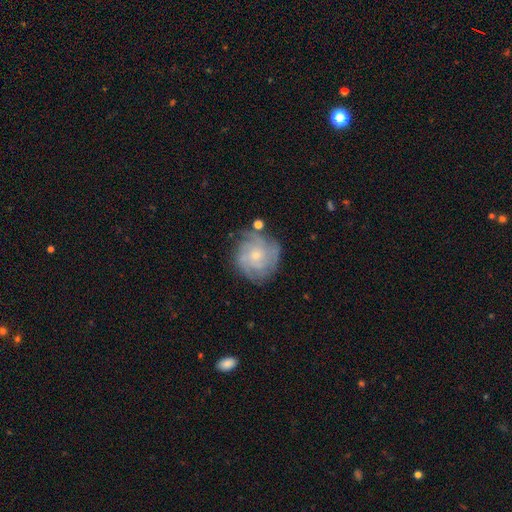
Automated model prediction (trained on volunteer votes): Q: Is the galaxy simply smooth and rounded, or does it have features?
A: featured or disk — 73%.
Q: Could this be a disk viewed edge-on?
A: no — 98%.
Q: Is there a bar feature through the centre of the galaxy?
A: no — 79%.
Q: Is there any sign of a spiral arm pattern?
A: yes — 90%.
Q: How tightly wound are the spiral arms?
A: tight — 59%.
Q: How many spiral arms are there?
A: can't tell — 35%.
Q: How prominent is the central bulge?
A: small — 68%.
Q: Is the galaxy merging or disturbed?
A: none — 69%.